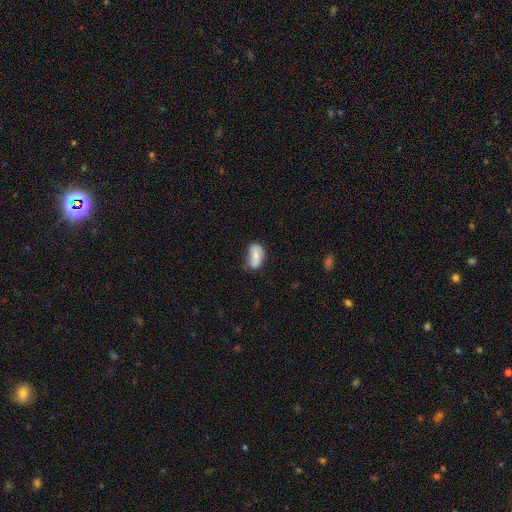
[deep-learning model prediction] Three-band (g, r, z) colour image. It shows a smooth galaxy with no disk features (76%) that is in between round and cigar-shaped (91%). Merging: none (46%).